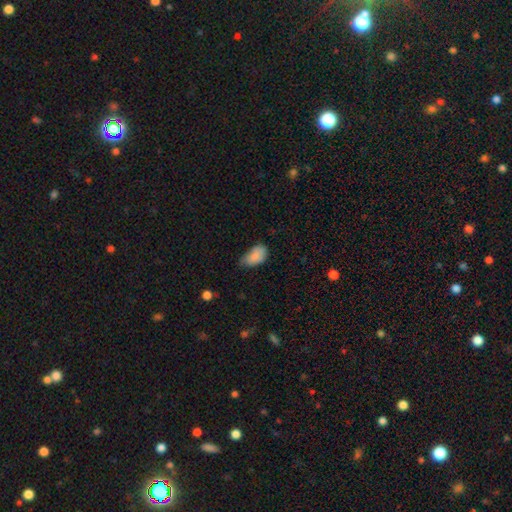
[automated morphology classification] Overall: smooth (85%). How rounded: in between (93%). Merging: minor disturbance (46%; none 41%).